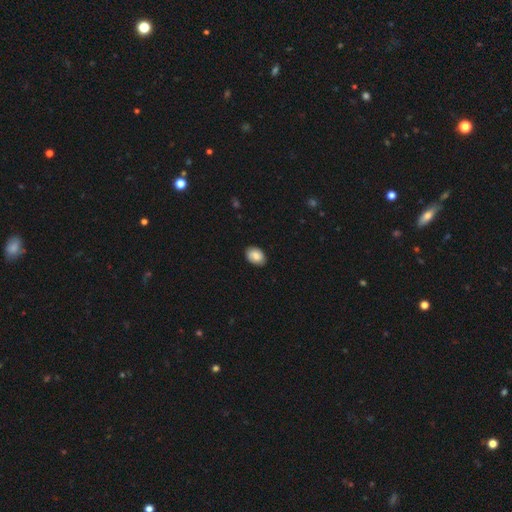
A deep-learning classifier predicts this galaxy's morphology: smooth_or_featured: smooth (p=0.75) [alt: featured or disk p=0.18]
how_rounded: in between (p=0.75) [alt: round p=0.24]
merging: none (p=0.86) [alt: minor disturbance p=0.10]